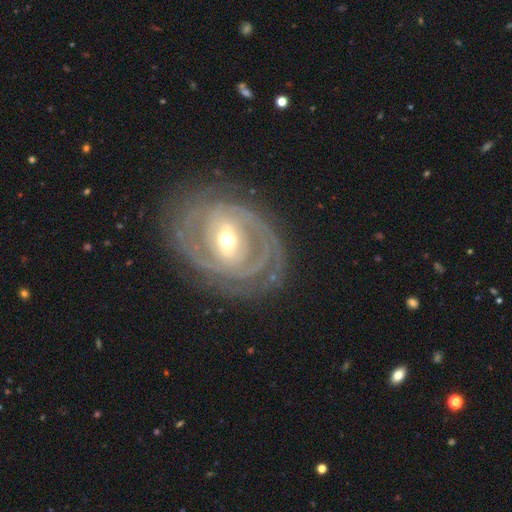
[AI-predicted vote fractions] A featured or disk galaxy (87%) with a weak bar (42%), 2 (38%) tight (73%) spiral arms (90%) and a moderate central bulge (60%). Merging: none (78%).